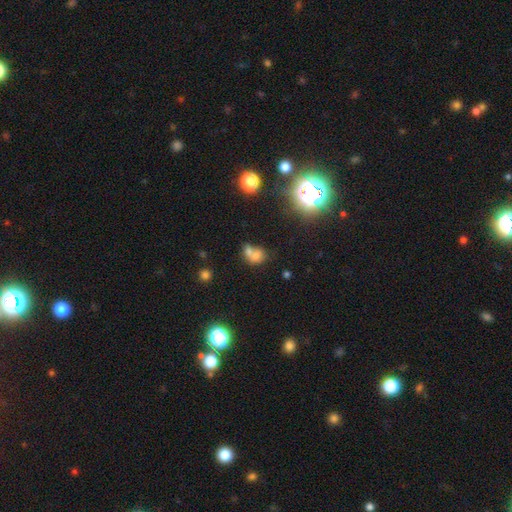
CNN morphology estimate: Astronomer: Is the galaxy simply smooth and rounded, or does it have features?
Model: smooth — 64%.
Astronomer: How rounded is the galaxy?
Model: in between — 50% (runner-up: round, 48%).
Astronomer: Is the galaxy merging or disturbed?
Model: merger — 62%.